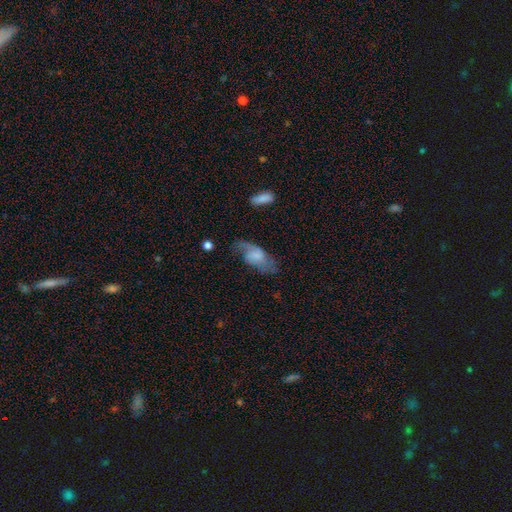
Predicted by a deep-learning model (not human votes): smooth-or-featured: featured or disk: 48% | smooth: 45% | star or artifact: 7%
  merging: none: 50% | minor disturbance: 27% | major disturbance: 20% | merger: 3%